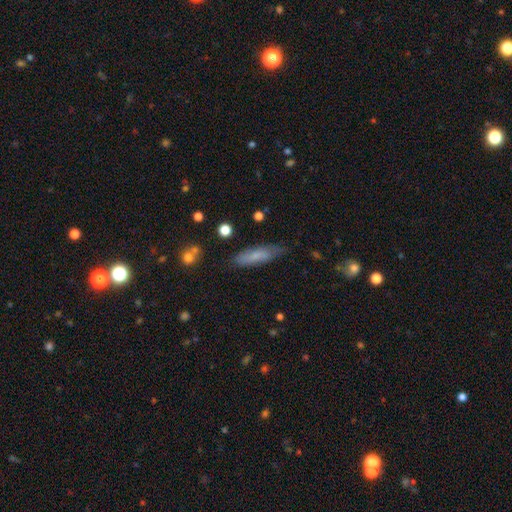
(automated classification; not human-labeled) A smooth galaxy with no disk features (72%) that is cigar-shaped (67%).

Vote fractions:
- Smooth or featured? smooth: 72% / featured or disk: 21% / star or artifact: 7%
- How rounded? cigar-shaped: 67% / in between: 31% / round: 2%
- Merging? none: 78% / minor disturbance: 17% / major disturbance: 3% / merger: 2%